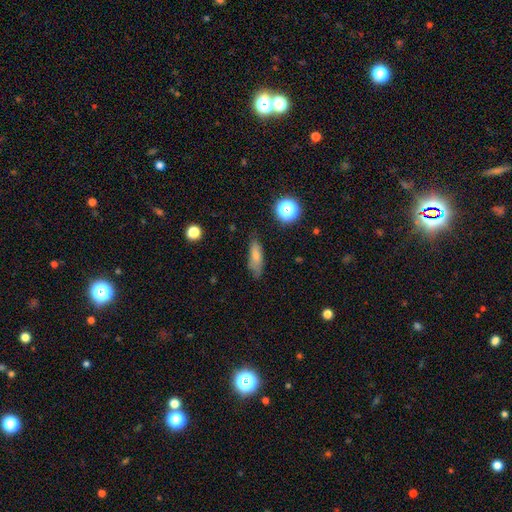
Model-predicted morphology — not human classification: The model was most divided on "how rounded": in between: 57%, cigar-shaped: 38%, round: 5%. More confident: smooth or featured — smooth (74%); merging — none (72%).